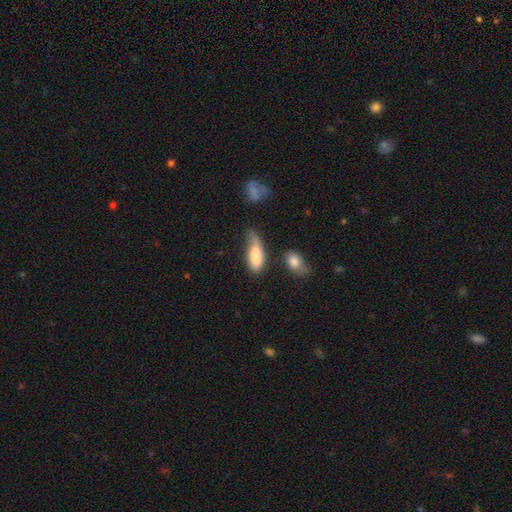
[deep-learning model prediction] Overall: smooth (80%). How rounded: in between (74%). Merging: minor disturbance (38%; none 32%).